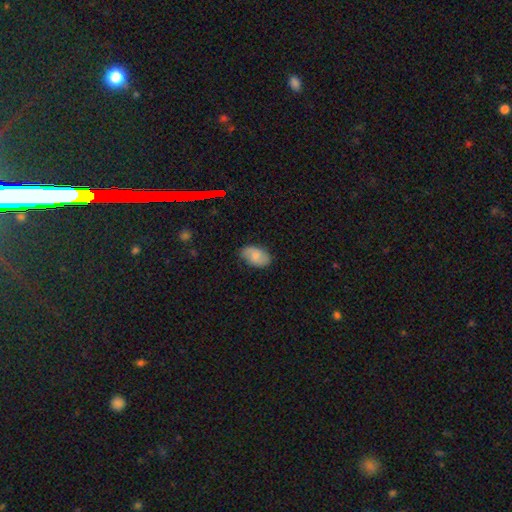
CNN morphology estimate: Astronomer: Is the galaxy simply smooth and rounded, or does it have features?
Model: smooth — 67%.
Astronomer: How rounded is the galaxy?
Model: in between — 92%.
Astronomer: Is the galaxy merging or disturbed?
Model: none — 79%.